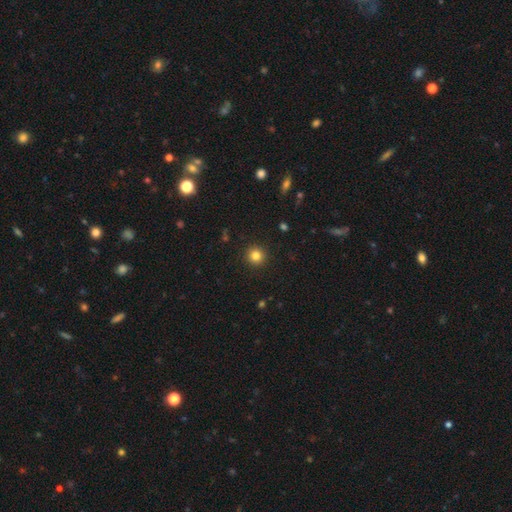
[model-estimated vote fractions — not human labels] A smooth galaxy with no disk features (83%) that is round (95%).

Vote fractions:
- Smooth or featured? smooth: 83% / star or artifact: 12% / featured or disk: 5%
- How rounded? round: 95% / in between: 4% / cigar-shaped: 1%
- Merging? none: 93% / minor disturbance: 5% / major disturbance: 2% / merger: 1%